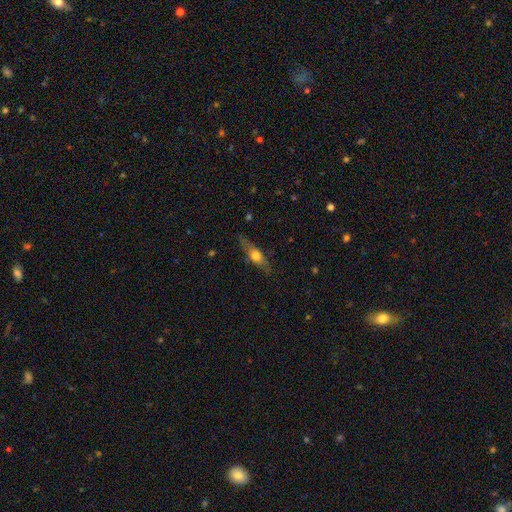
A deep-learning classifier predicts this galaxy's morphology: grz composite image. It shows a smooth galaxy with no disk features (49%). Merging: none (77%).